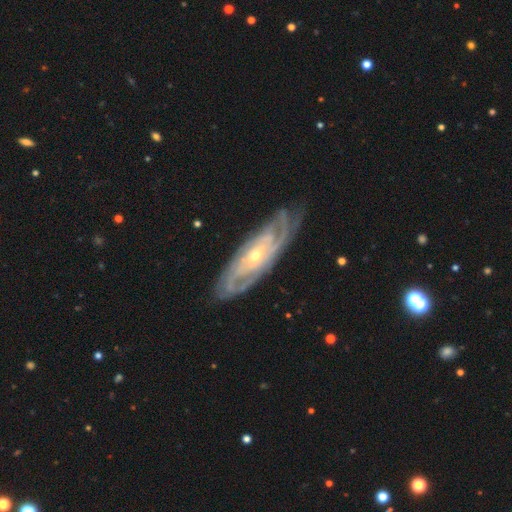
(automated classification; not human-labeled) featured or disk 88%, smooth 7%, star or artifact 5%. Down the decision tree: edge-on disk — no (84%); bar — no (67%); spiral arms — yes (96%); spiral arm count — can't tell (36%); spiral winding — tight (73%); bulge size — small (61%); merging — none (78%).